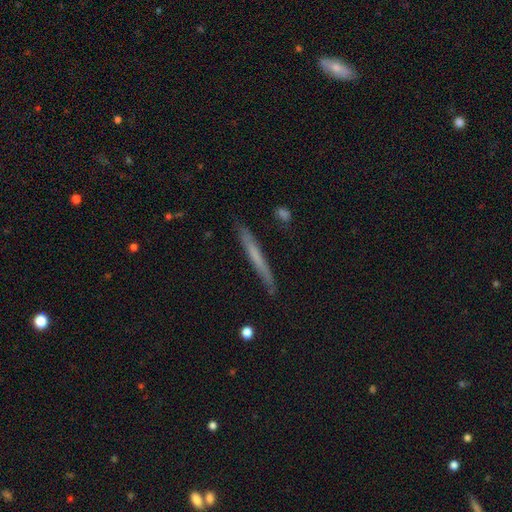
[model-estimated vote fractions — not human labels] Q: Smooth or featured?
A: smooth (49%); runner-up: featured or disk (45%)
Q: Merging?
A: none (85%); runner-up: minor disturbance (11%)